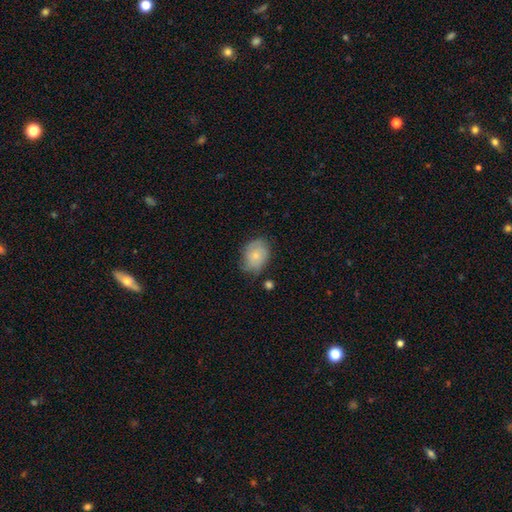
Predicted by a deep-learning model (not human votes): Smooth or featured?
  - smooth: 60% *
  - featured or disk: 33%
  - star or artifact: 7%
How rounded?
  - in between: 60% *
  - round: 39%
  - cigar-shaped: 1%
Merging?
  - none: 65% *
  - minor disturbance: 26%
  - major disturbance: 7%
  - merger: 3%